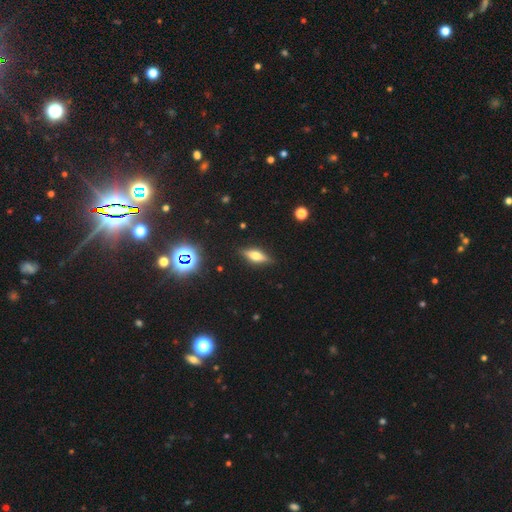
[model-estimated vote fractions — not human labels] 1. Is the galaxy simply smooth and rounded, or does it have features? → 47% featured or disk, 41% smooth, 12% star or artifact.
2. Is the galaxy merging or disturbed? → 87% none, 9% minor disturbance, 2% major disturbance, 1% merger.